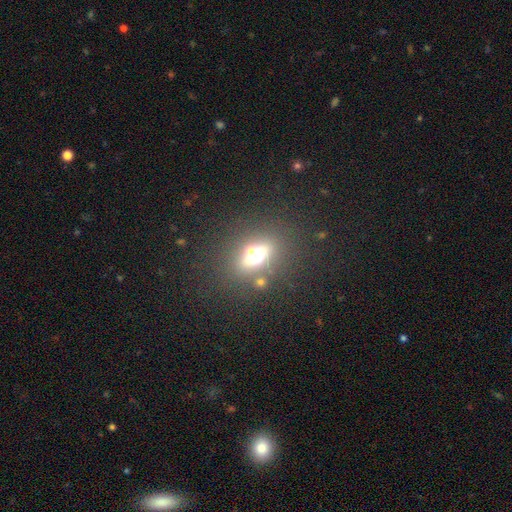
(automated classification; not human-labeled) Morphology: type=smooth (39%, tied with featured or disk); merging=none (68%).